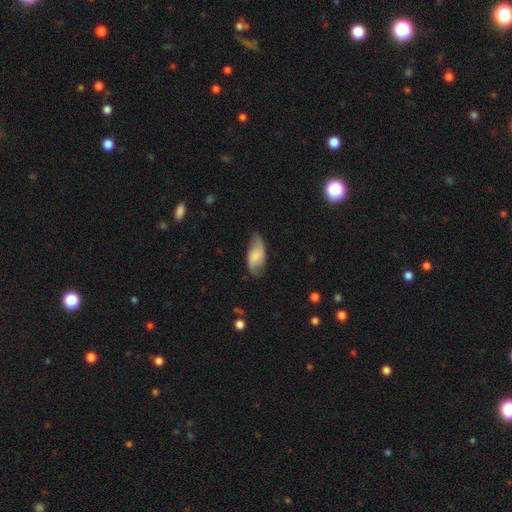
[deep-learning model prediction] smooth-or-featured: smooth: 55% | featured or disk: 38% | star or artifact: 7%
  how-rounded: in between: 89% | cigar-shaped: 8% | round: 3%
  merging: none: 66% | minor disturbance: 25% | major disturbance: 7% | merger: 2%